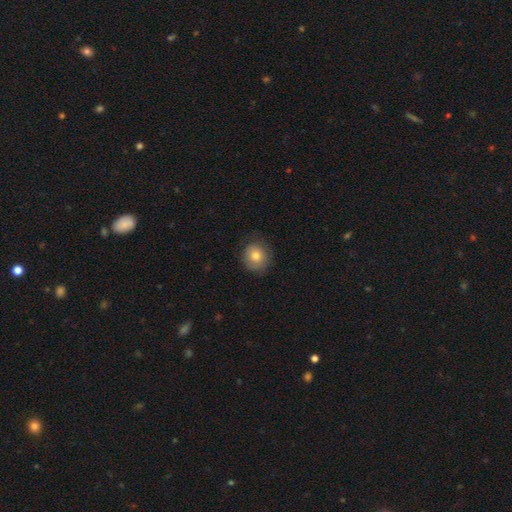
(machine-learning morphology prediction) Smooth or featured?
  - smooth: 80% *
  - featured or disk: 11%
  - star or artifact: 9%
How rounded?
  - round: 84% *
  - in between: 15%
  - cigar-shaped: 1%
Merging?
  - none: 81% *
  - minor disturbance: 15%
  - major disturbance: 3%
  - merger: 1%